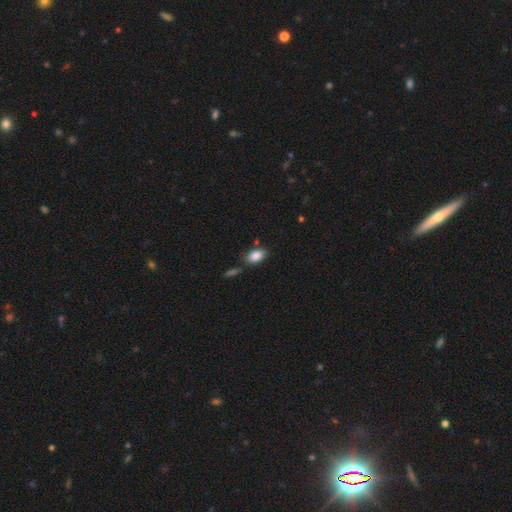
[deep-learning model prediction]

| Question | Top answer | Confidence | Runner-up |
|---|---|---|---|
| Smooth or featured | smooth | 86% | star or artifact (8%) |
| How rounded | in between | 90% | round (8%) |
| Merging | none | 71% | minor disturbance (14%) |